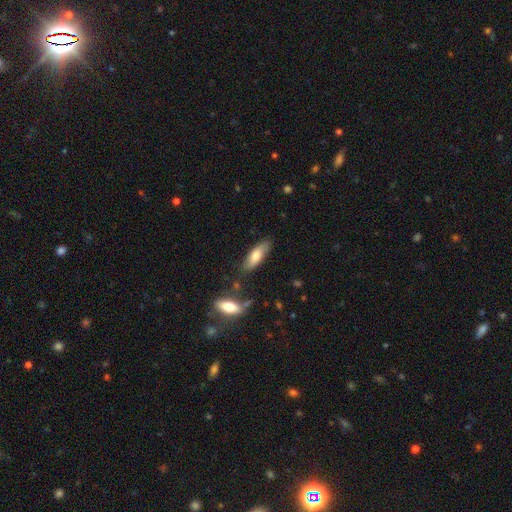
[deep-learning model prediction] Q: Smooth or featured?
A: smooth (73%); runner-up: featured or disk (21%)
Q: How rounded?
A: in between (54%); runner-up: cigar-shaped (44%)
Q: Merging?
A: none (75%); runner-up: minor disturbance (17%)